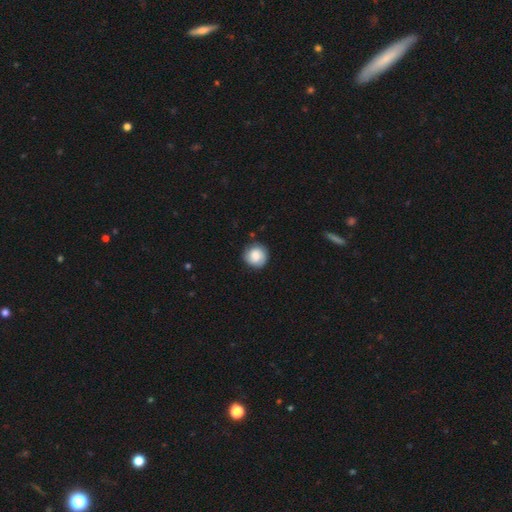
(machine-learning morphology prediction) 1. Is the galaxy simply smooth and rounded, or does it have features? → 76% smooth, 17% featured or disk, 7% star or artifact.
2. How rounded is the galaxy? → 91% round, 8% in between, 1% cigar-shaped.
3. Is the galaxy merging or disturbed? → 81% none, 15% minor disturbance, 3% major disturbance, 1% merger.